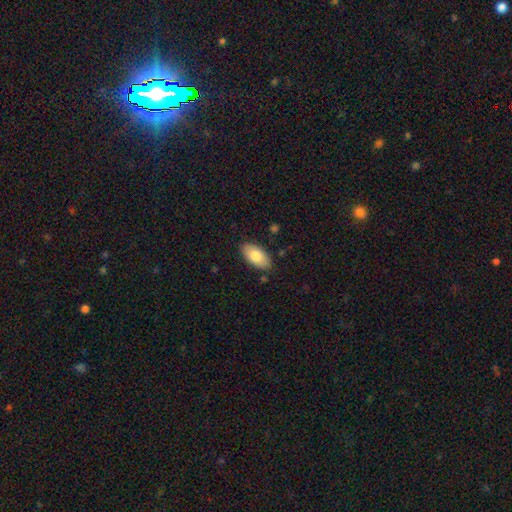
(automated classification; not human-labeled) This is likely a smooth galaxy (78%). How rounded: clearly in between (94%). Merging: clearly none (86%).